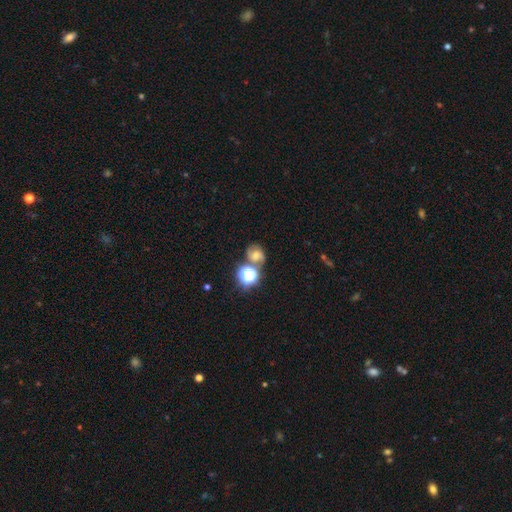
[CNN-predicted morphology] A featured or disk galaxy (46%). Merging: none (56%).